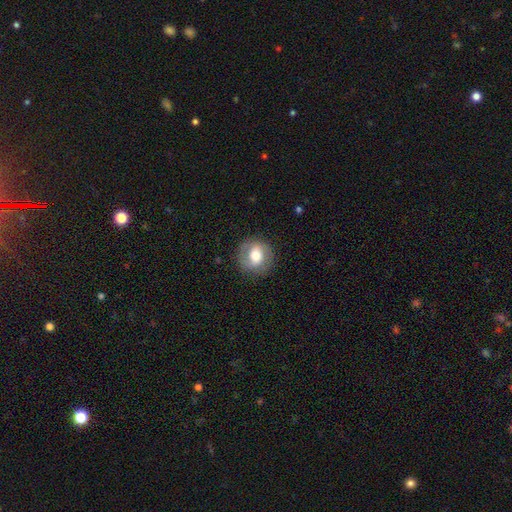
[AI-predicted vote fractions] Smooth or featured?
  - smooth: 49% *
  - featured or disk: 44%
  - star or artifact: 8%
Merging?
  - none: 83% *
  - minor disturbance: 11%
  - major disturbance: 5%
  - merger: 1%